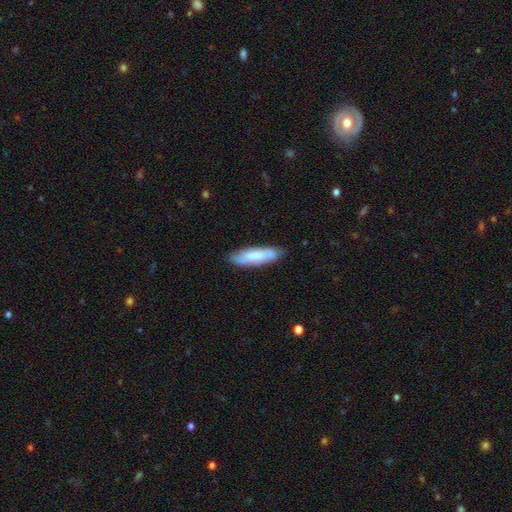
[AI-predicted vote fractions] A smooth galaxy with no disk features (71%) that is cigar-shaped (60%).

Vote fractions:
- Smooth or featured? smooth: 71% / featured or disk: 23% / star or artifact: 6%
- How rounded? cigar-shaped: 60% / in between: 39% / round: 1%
- Merging? none: 80% / minor disturbance: 16% / major disturbance: 3% / merger: 1%